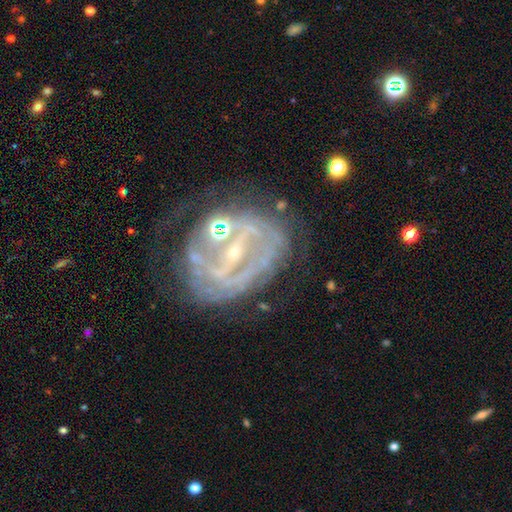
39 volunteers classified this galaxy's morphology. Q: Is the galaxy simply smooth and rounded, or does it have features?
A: featured or disk — 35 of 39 (90%).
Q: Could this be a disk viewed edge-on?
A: no — 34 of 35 (97%).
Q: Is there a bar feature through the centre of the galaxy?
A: strong — 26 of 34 (76%).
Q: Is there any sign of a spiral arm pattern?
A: yes — 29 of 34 (85%).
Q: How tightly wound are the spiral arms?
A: loose — 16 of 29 (55%).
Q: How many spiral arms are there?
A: can't tell — 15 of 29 (52%).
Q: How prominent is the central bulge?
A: small — 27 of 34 (79%).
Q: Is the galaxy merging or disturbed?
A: none — 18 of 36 (50%).